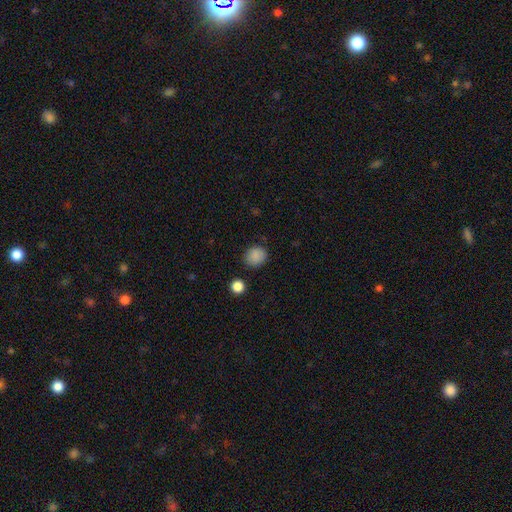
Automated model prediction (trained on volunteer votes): This is clearly a smooth galaxy (86%). How rounded: likely round (79%). Merging: clearly none (84%).